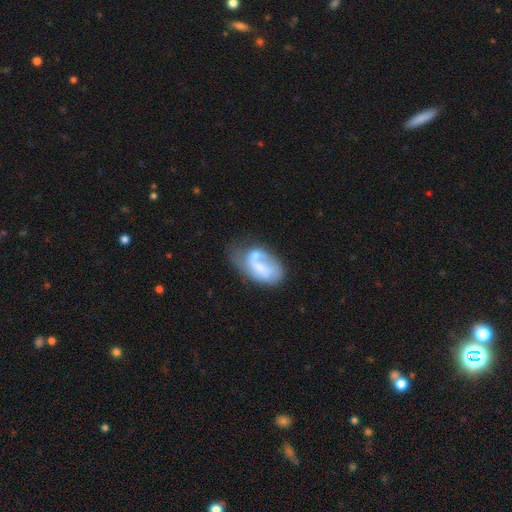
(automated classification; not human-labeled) Smooth or featured?
  - featured or disk: 52% *
  - smooth: 41%
  - star or artifact: 7%
Edge-on disk?
  - no: 96% *
  - yes: 4%
Merging?
  - none: 30% *
  - minor disturbance: 26%
  - major disturbance: 24%
  - merger: 21%